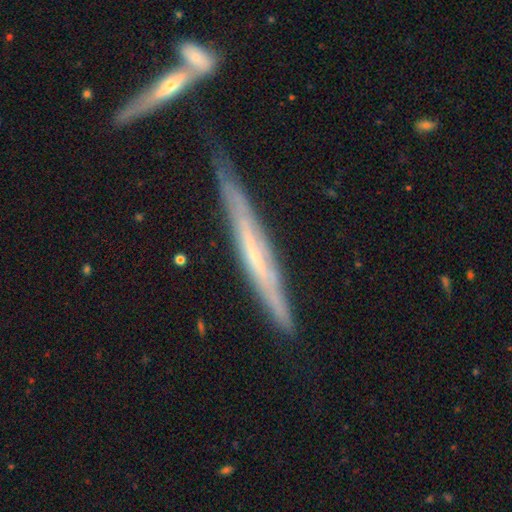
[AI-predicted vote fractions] Smooth or featured? featured or disk (68%)
Edge-on disk? yes (92%)
Edge-on bulge? none (67%)
Merging? none (73%)